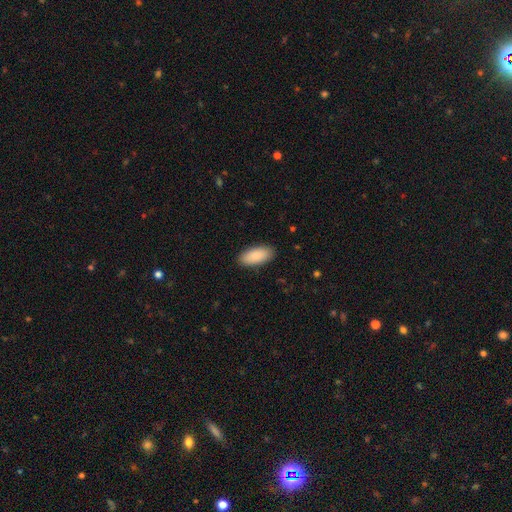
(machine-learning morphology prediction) type=smooth (90%); roundness=in between (90%); merging=none (89%).